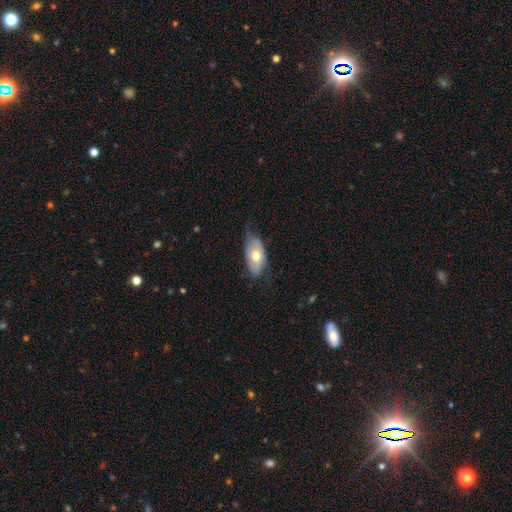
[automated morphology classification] smooth_or_featured: smooth (p=0.55) [alt: featured or disk p=0.39]
how_rounded: in between (p=0.91) [alt: round p=0.05]
merging: none (p=0.59) [alt: minor disturbance p=0.31]